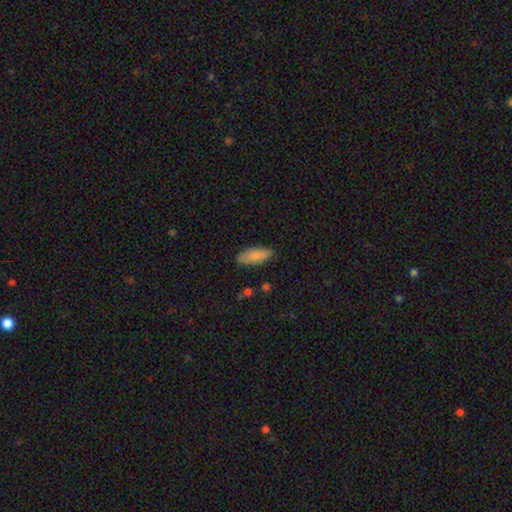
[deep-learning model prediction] Q: Smooth or featured?
A: smooth (84%); runner-up: featured or disk (9%)
Q: How rounded?
A: in between (80%); runner-up: cigar-shaped (19%)
Q: Merging?
A: none (80%); runner-up: minor disturbance (15%)